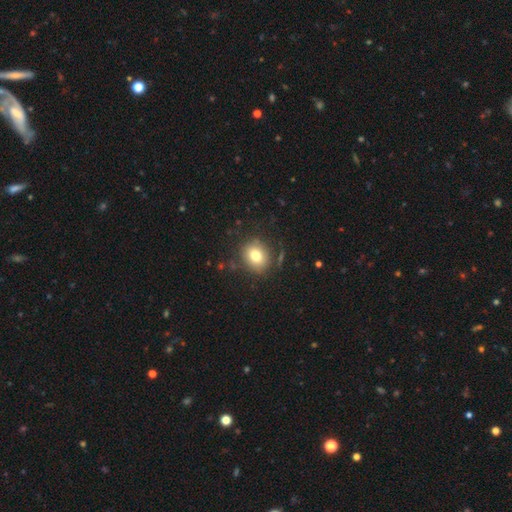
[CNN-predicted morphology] The model was most divided on "how rounded": round: 69%, in between: 31%, cigar-shaped: 1%. More confident: merging — none (82%); smooth or featured — smooth (79%).